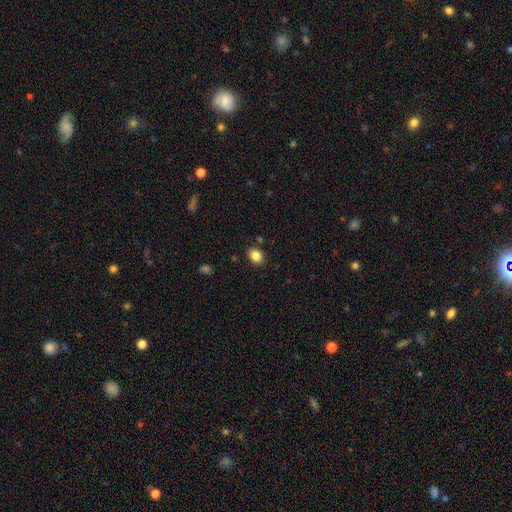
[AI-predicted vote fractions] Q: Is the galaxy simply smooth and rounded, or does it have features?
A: smooth — 85%.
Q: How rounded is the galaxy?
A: in between — 68%.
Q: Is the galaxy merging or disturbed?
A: none — 86%.